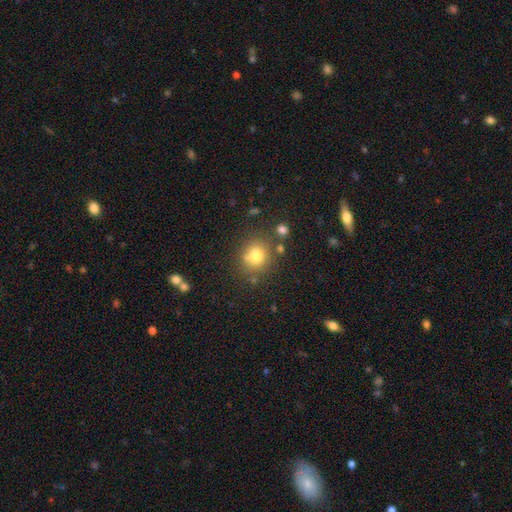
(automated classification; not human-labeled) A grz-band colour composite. It shows a smooth galaxy with no disk features (76%) that is round (85%). Merging: none (74%).